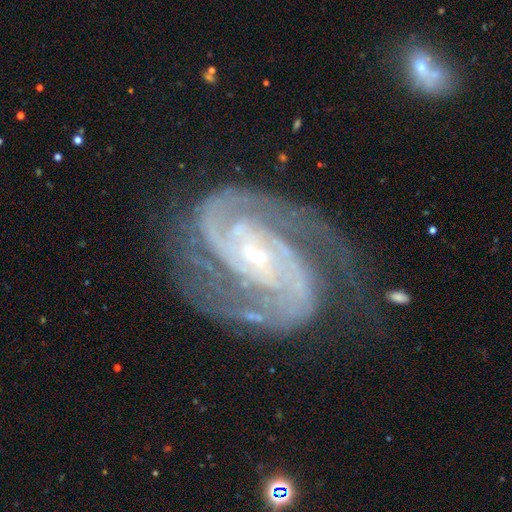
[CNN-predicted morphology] Smooth or featured?
  - featured or disk: 93% *
  - star or artifact: 5%
  - smooth: 3%
Edge-on disk?
  - no: 98% *
  - yes: 2%
Bar?
  - weak: 40% *
  - no: 37%
  - strong: 23%
Spiral arms?
  - yes: 99% *
  - no: 1%
Spiral winding?
  - tight: 54% *
  - medium: 40%
  - loose: 6%
Spiral arm count?
  - 2: 69% *
  - 3: 14%
  - can't tell: 6%
  - 4: 4%
  - 1: 3%
  - more than 4: 3%
Bulge size?
  - small: 69% *
  - moderate: 27%
  - none: 2%
  - large: 2%
  - dominant: 1%
Merging?
  - none: 67% *
  - minor disturbance: 19%
  - major disturbance: 12%
  - merger: 2%